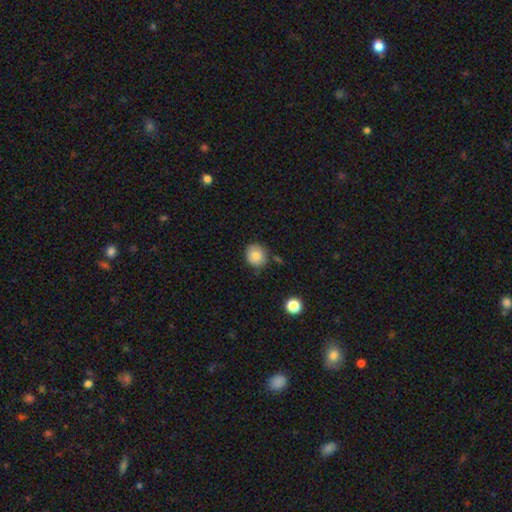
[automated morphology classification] type=smooth (82%); roundness=round (84%); merging=none (77%).